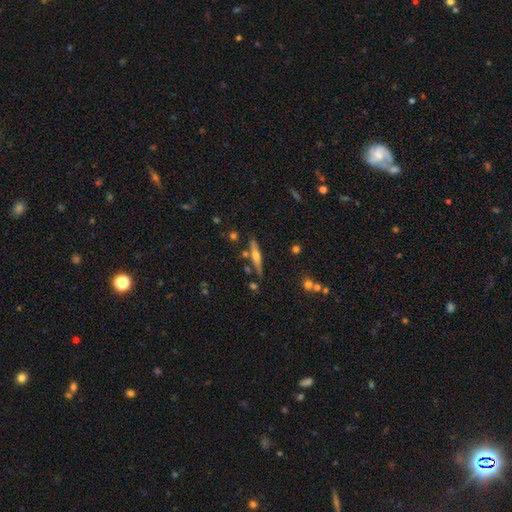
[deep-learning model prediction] Morphology: type=featured or disk (60%); edge-on=yes (95%); edge-on bulge=rounded (88%); merging=none (79%).